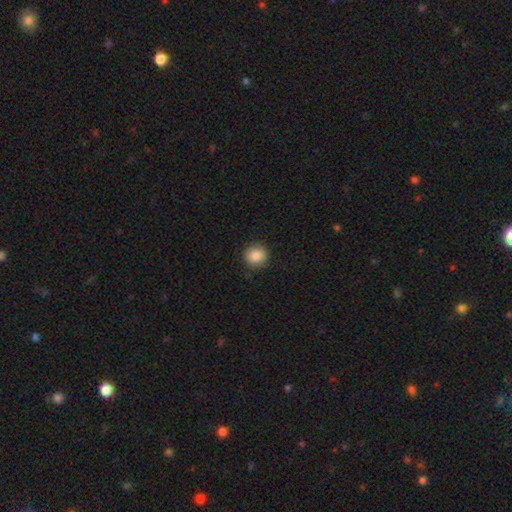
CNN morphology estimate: This is clearly a smooth galaxy (86%). How rounded: clearly round (90%). Merging: clearly none (88%).